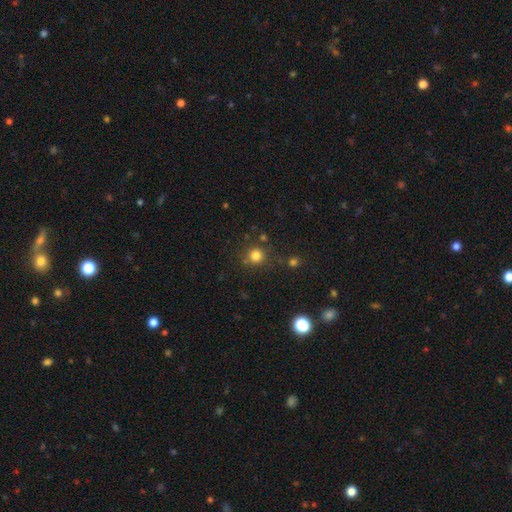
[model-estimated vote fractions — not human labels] Smooth or featured: smooth — 80% (star or artifact — 14%)
How rounded: round — 93% (in between — 6%)
Merging: none — 79% (minor disturbance — 9%)